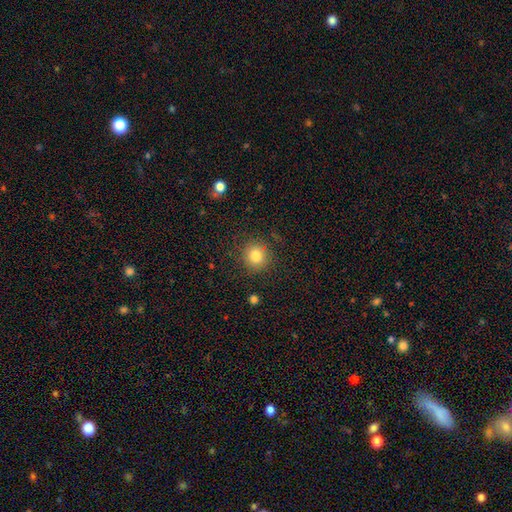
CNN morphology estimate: smooth_or_featured: smooth (p=0.82) [alt: star or artifact p=0.11]
how_rounded: round (p=0.90) [alt: in between p=0.09]
merging: none (p=0.86) [alt: minor disturbance p=0.09]